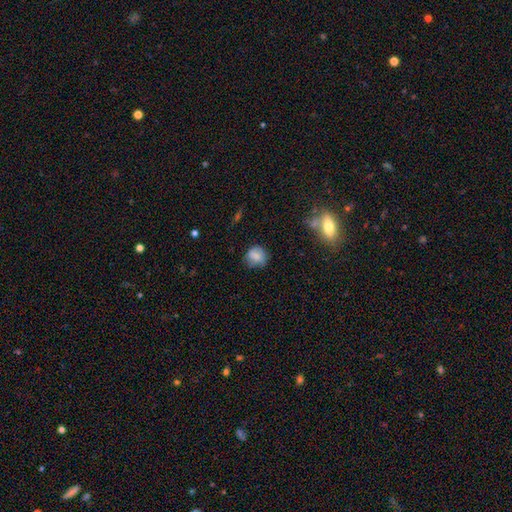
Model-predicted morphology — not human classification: Q: Smooth or featured?
A: smooth (75%); runner-up: featured or disk (15%)
Q: How rounded?
A: round (75%); runner-up: in between (23%)
Q: Merging?
A: none (63%); runner-up: minor disturbance (26%)